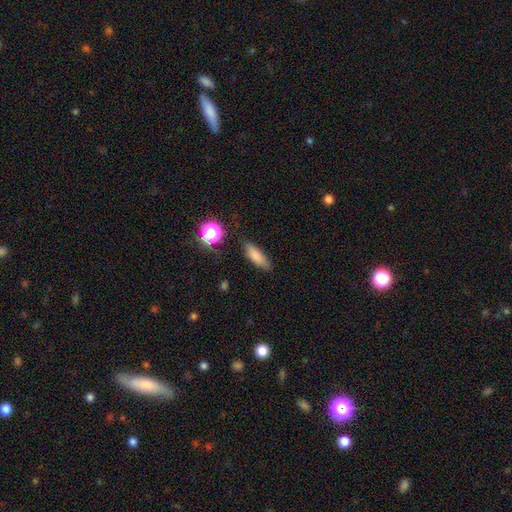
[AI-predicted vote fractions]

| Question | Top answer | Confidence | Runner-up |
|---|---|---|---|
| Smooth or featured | smooth | 79% | star or artifact (11%) |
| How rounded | in between | 54% | cigar-shaped (42%) |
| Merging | none | 79% | minor disturbance (15%) |